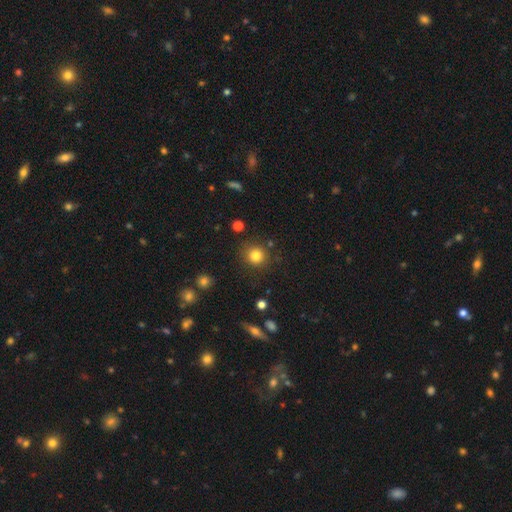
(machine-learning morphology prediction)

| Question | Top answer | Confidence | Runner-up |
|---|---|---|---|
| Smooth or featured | smooth | 81% | star or artifact (13%) |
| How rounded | round | 91% | in between (8%) |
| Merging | none | 85% | minor disturbance (9%) |